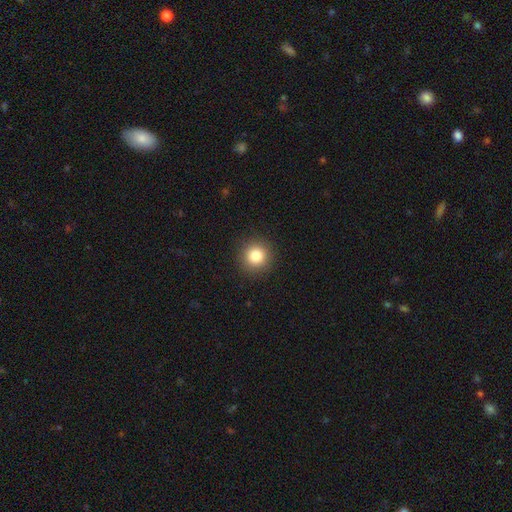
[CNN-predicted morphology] The model was most divided on "smooth or featured": smooth: 83%, star or artifact: 11%, featured or disk: 6%. More confident: how rounded — round (94%); merging — none (91%).